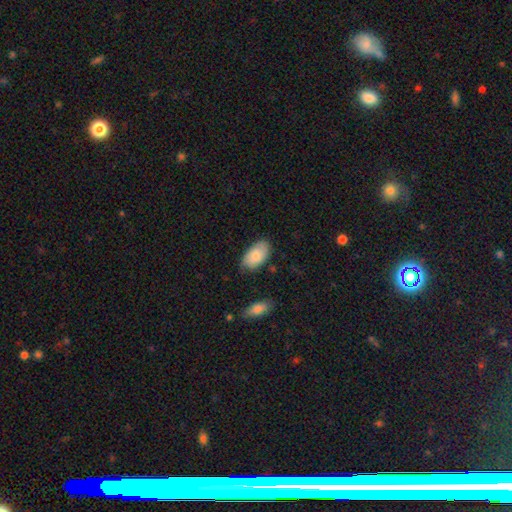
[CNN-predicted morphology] Smooth or featured?
  - smooth: 79% *
  - featured or disk: 15%
  - star or artifact: 6%
How rounded?
  - in between: 95% *
  - round: 4%
  - cigar-shaped: 2%
Merging?
  - none: 72% *
  - minor disturbance: 21%
  - major disturbance: 4%
  - merger: 2%